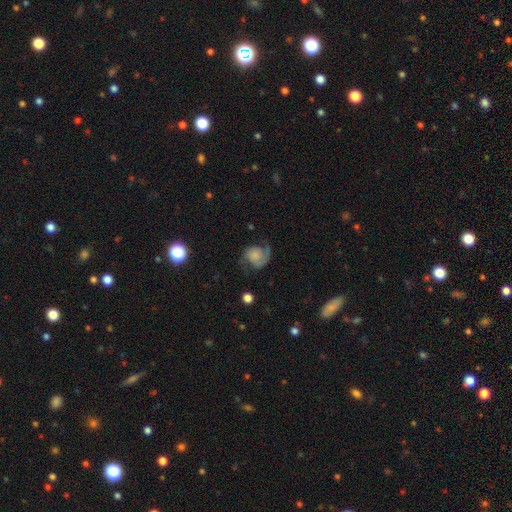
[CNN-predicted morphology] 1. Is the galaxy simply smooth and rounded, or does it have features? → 70% featured or disk, 22% smooth, 8% star or artifact.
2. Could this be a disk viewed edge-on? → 98% no, 2% yes.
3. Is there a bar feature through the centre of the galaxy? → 76% no, 21% weak, 4% strong.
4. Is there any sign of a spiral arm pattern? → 94% yes, 6% no.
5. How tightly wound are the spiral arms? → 43% medium, 33% loose, 24% tight.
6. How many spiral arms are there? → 77% 2, 15% 1, 5% can't tell, 2% 3, 1% 4, 1% more than 4.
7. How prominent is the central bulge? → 38% none, 32% small, 16% moderate, 9% large, 4% dominant.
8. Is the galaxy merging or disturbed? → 60% none, 21% minor disturbance, 17% major disturbance, 2% merger.